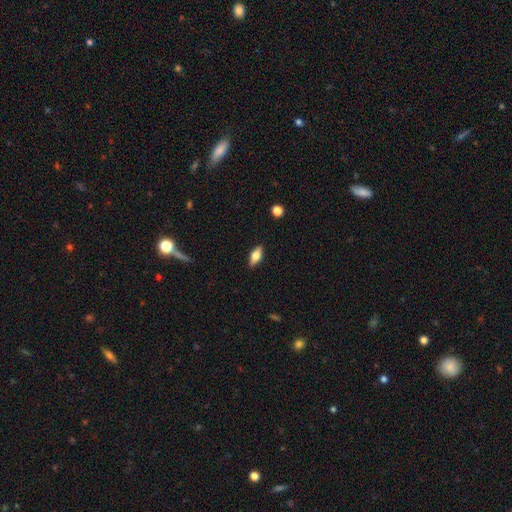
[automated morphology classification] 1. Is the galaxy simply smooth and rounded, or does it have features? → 61% smooth, 32% featured or disk, 8% star or artifact.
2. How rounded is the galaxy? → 80% in between, 16% cigar-shaped, 4% round.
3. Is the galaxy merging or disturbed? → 87% none, 10% minor disturbance, 2% major disturbance, 1% merger.